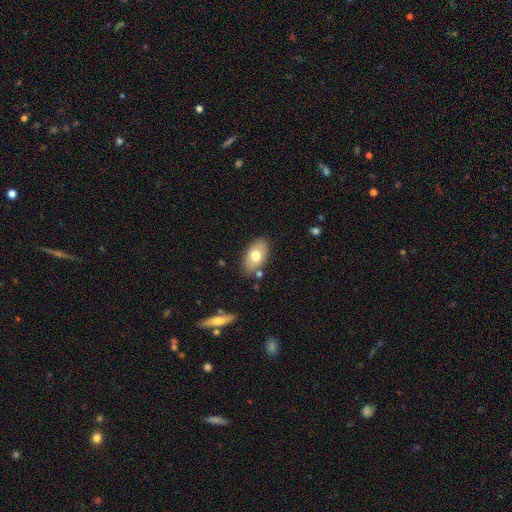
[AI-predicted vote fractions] smooth 72%, featured or disk 22%, star or artifact 7%. Down the decision tree: how rounded — in between (92%); merging — none (80%).